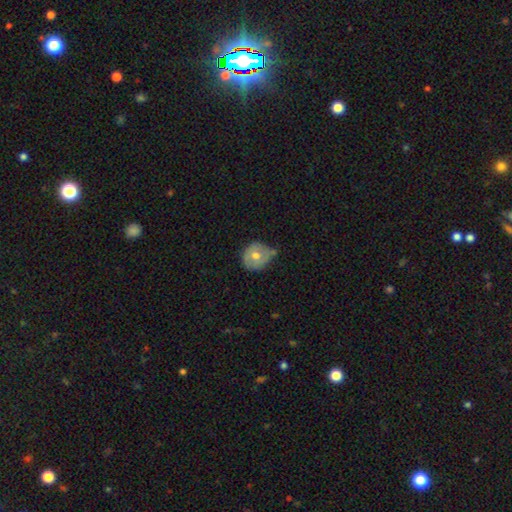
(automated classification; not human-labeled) Overall: smooth (62%; featured or disk 30%). How rounded: round (74%). Merging: none (51%; minor disturbance 35%).